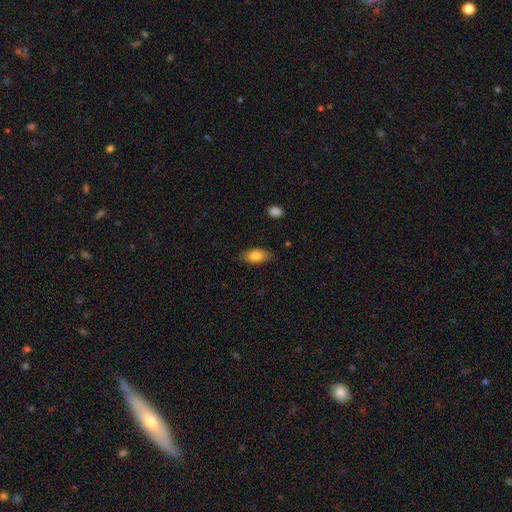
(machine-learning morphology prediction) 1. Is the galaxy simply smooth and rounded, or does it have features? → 81% smooth, 12% featured or disk, 7% star or artifact.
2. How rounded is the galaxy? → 89% in between, 6% cigar-shaped, 5% round.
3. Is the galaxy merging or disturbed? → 83% none, 13% minor disturbance, 3% major disturbance, 1% merger.